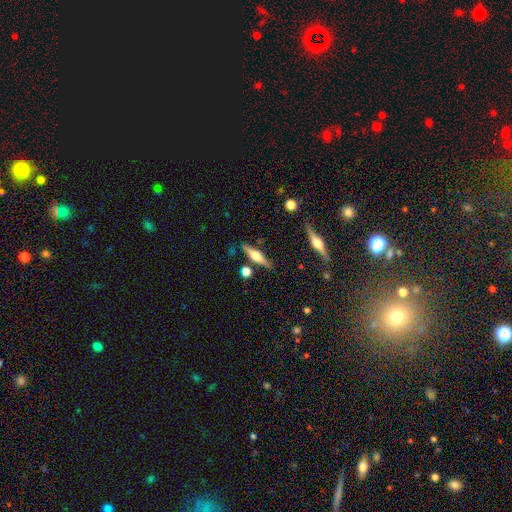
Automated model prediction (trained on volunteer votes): Q: Smooth or featured?
A: featured or disk (58%); runner-up: smooth (35%)
Q: Edge-on disk?
A: yes (95%); runner-up: no (5%)
Q: Edge-on bulge?
A: rounded (86%); runner-up: boxy (11%)
Q: Merging?
A: none (80%); runner-up: minor disturbance (11%)